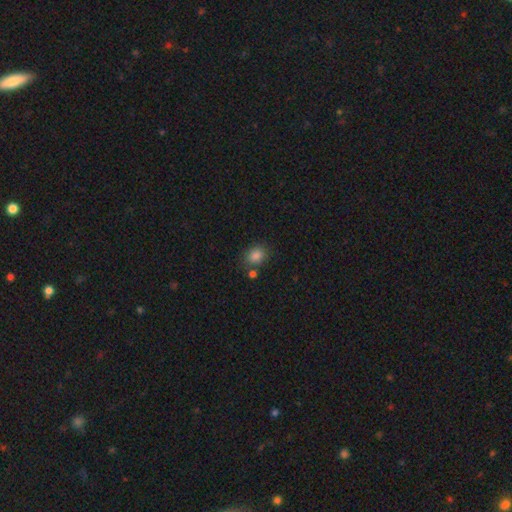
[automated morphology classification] Smooth or featured: smooth — 84% (star or artifact — 10%)
How rounded: in between — 53% (round — 46%)
Merging: none — 72% (minor disturbance — 13%)